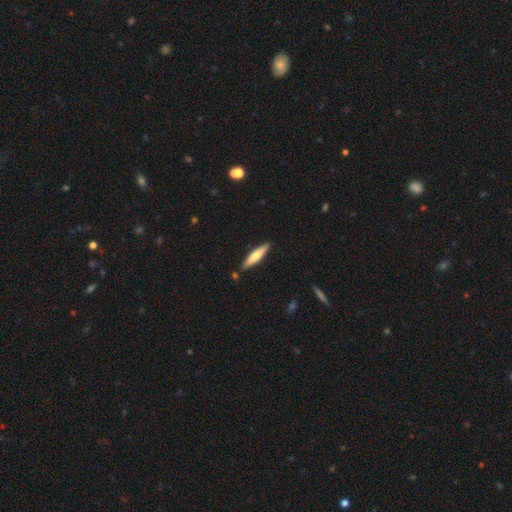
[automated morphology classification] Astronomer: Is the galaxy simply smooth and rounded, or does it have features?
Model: smooth — 61%.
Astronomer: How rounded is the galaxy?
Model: cigar-shaped — 82%.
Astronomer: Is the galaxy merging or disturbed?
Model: none — 86%.